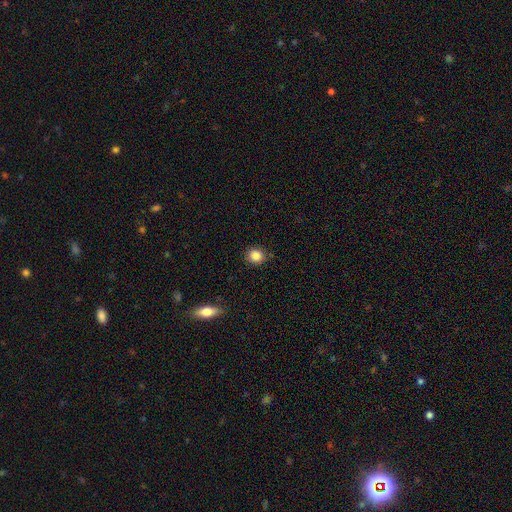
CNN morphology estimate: Q: Smooth or featured?
A: smooth (86%); runner-up: star or artifact (10%)
Q: How rounded?
A: round (83%); runner-up: in between (16%)
Q: Merging?
A: none (88%); runner-up: minor disturbance (9%)